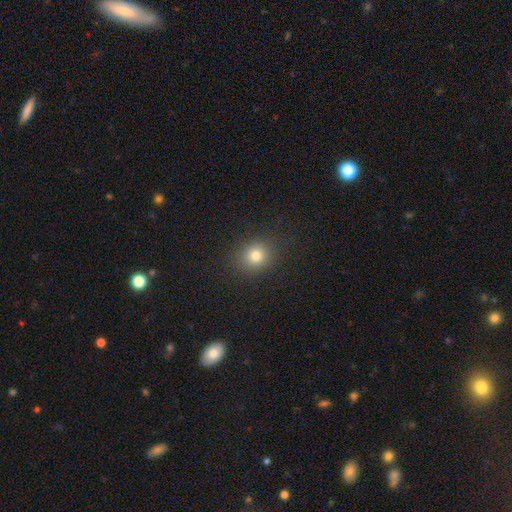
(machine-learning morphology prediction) smooth 78%, star or artifact 15%, featured or disk 7%. Down the decision tree: how rounded — round (78%); merging — none (88%).